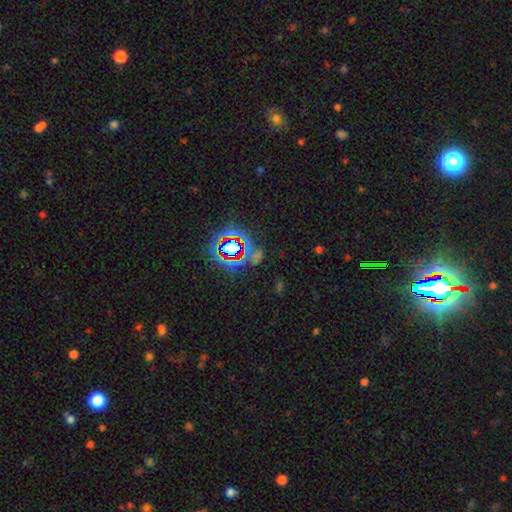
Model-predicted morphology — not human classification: This is likely a star or artifact rather than a galaxy (69%).